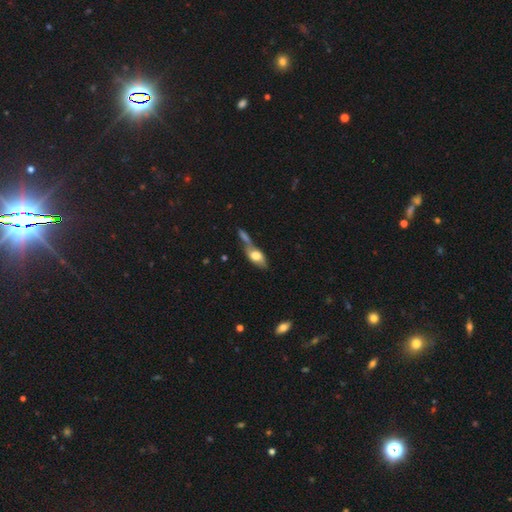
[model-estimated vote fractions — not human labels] The model was most divided on "merging": merger: 42%, none: 36%, minor disturbance: 14%, major disturbance: 8%. More confident: how rounded — in between (77%); smooth or featured — smooth (57%).